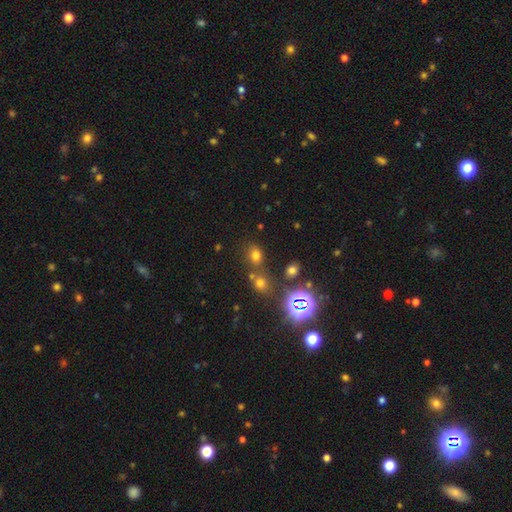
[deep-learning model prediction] smooth-or-featured: smooth: 64% | star or artifact: 28% | featured or disk: 8%
  how-rounded: in between: 50% | round: 49% | cigar-shaped: 2%
  merging: none: 65% | merger: 18% | minor disturbance: 12% | major disturbance: 5%